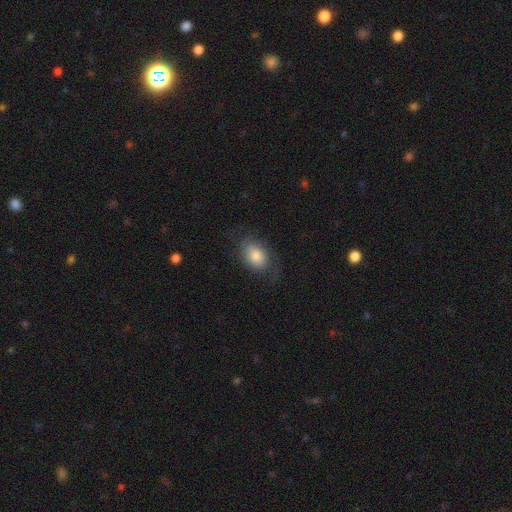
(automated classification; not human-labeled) The model was most divided on "merging": none: 63%, minor disturbance: 21%, major disturbance: 14%, merger: 1%. More confident: how rounded — in between (82%); smooth or featured — smooth (68%).